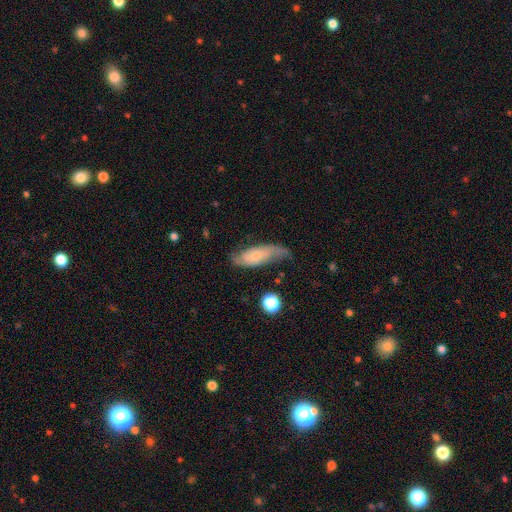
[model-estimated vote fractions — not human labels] smooth_or_featured: featured or disk (p=0.61) [alt: smooth p=0.32]
disk_edge_on: no (p=0.87) [alt: yes p=0.13]
bar: no (p=0.68) [alt: weak p=0.26]
has_spiral_arms: yes (p=0.90) [alt: no p=0.10]
bulge_size: small (p=0.64) [alt: moderate p=0.25]
merging: none (p=0.63) [alt: minor disturbance p=0.25]